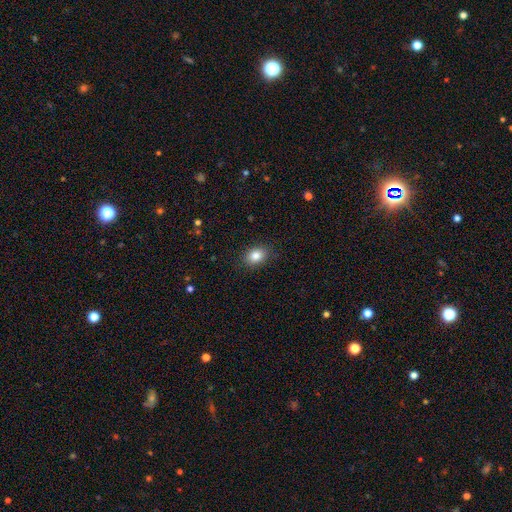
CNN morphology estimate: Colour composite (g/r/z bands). It shows a smooth galaxy with no disk features (84%) that is in between round and cigar-shaped (69%). Merging: none (87%).